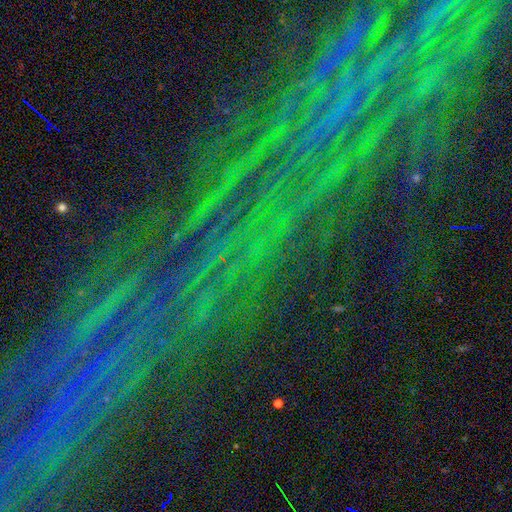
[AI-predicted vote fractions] Morphology: type=star or artifact (84%).